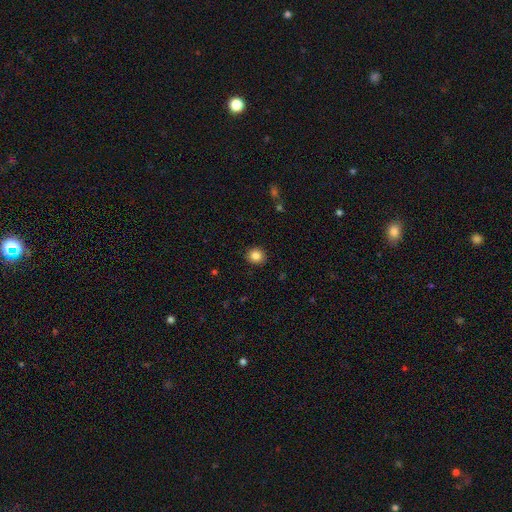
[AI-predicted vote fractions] smooth-or-featured: smooth: 85% | star or artifact: 10% | featured or disk: 5%
  how-rounded: round: 87% | in between: 12% | cigar-shaped: 1%
  merging: none: 91% | minor disturbance: 6% | major disturbance: 2% | merger: 1%